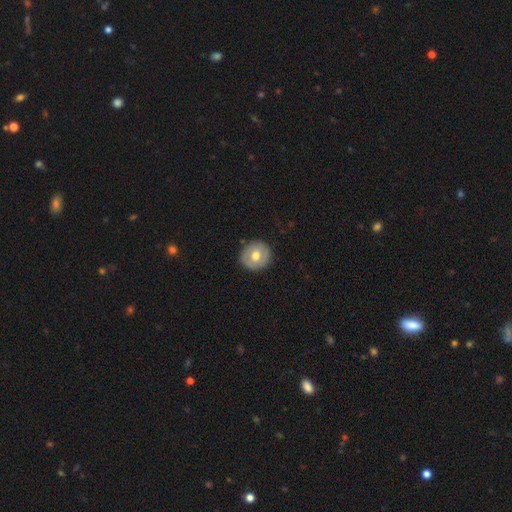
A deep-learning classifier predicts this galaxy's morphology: Q: Smooth or featured?
A: smooth (63%); runner-up: featured or disk (30%)
Q: How rounded?
A: round (88%); runner-up: in between (11%)
Q: Merging?
A: none (86%); runner-up: minor disturbance (10%)